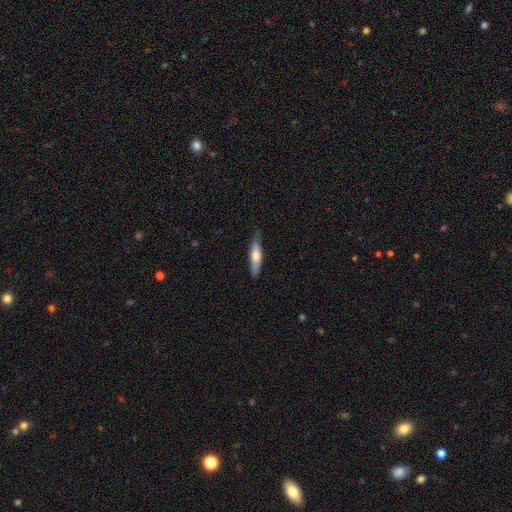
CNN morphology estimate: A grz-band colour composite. It shows a smooth galaxy with no disk features (58%) that is cigar-shaped (75%). Merging: none (78%).